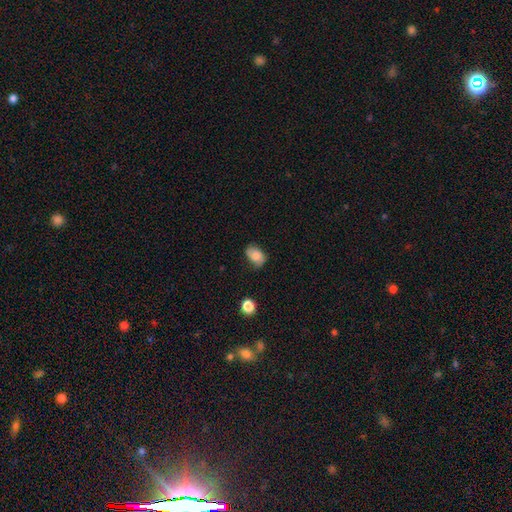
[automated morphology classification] Overall: smooth (75%). How rounded: in between (81%). Merging: none (63%; minor disturbance 28%).